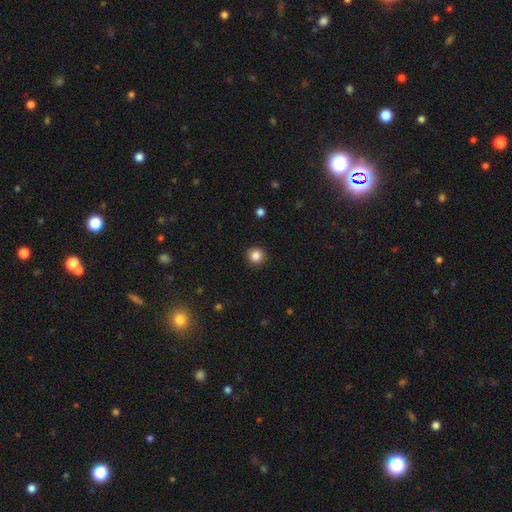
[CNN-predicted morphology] This appears to be a smooth galaxy with no disk features (85%) that is round (95%). Merging: none (92%).